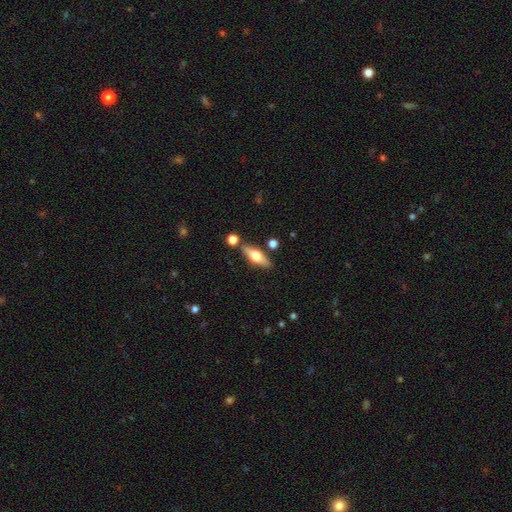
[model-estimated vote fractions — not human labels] Smooth or featured? Predicted: smooth (p=0.53). How rounded? Predicted: in between (p=0.56). Merging? Predicted: none (p=0.79).